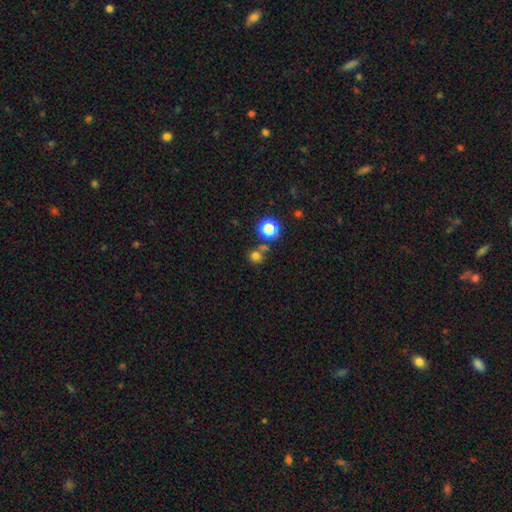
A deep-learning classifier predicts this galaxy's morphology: smooth 69%, star or artifact 23%, featured or disk 8%. Down the decision tree: how rounded — round (89%); merging — none (65%).